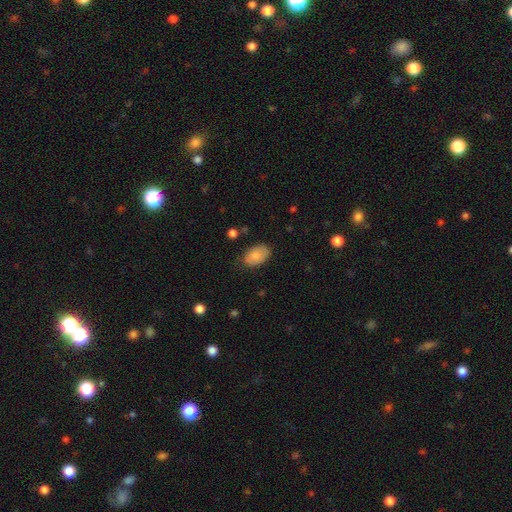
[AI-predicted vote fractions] Overall: smooth (83%). How rounded: in between (91%). Merging: none (76%).